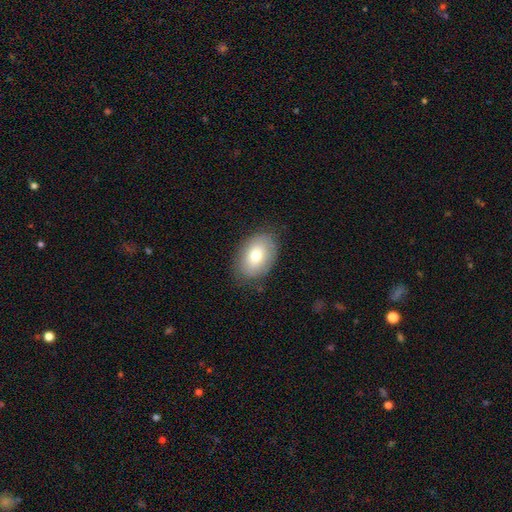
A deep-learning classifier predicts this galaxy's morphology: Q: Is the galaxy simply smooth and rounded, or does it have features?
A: smooth — 75%.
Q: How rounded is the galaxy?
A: in between — 80%.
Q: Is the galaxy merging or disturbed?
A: none — 82%.